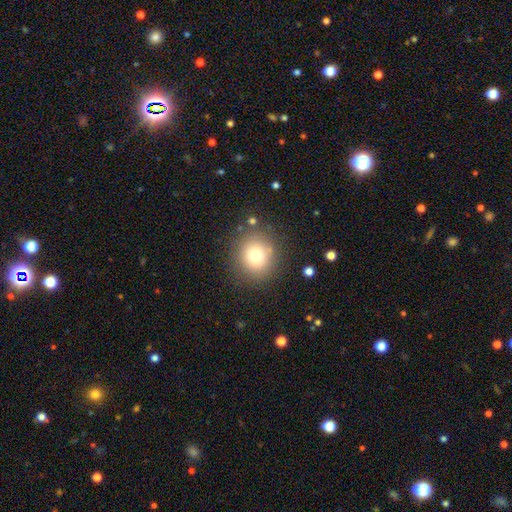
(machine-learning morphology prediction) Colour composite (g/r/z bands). It shows a smooth galaxy with no disk features (75%) that is round (84%). Merging: none (83%).